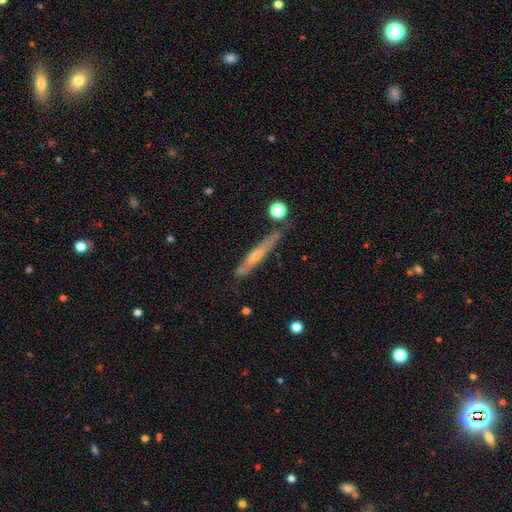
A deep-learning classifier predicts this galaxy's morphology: The model was most divided on "smooth or featured": featured or disk: 57%, smooth: 36%, star or artifact: 7%. More confident: edge-on disk — yes (87%); merging — none (71%); edge-on bulge — rounded (58%).